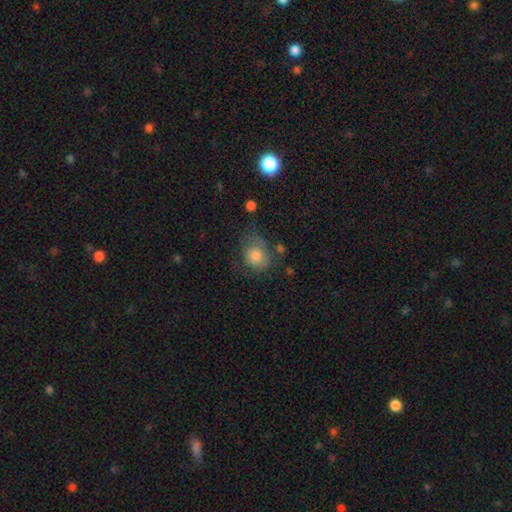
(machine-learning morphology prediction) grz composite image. It shows a smooth galaxy with no disk features (73%) that is round (60%). Merging: none (44%).